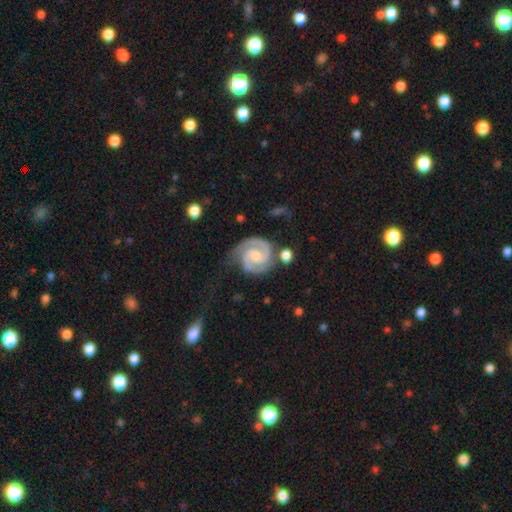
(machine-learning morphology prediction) type=featured or disk (92%); edge-on=no (98%); bar=no (47%); spiral arms=yes (99%); winding=tight (56%); arm count=2 (92%); bulge=small (42%); merging=none (70%).